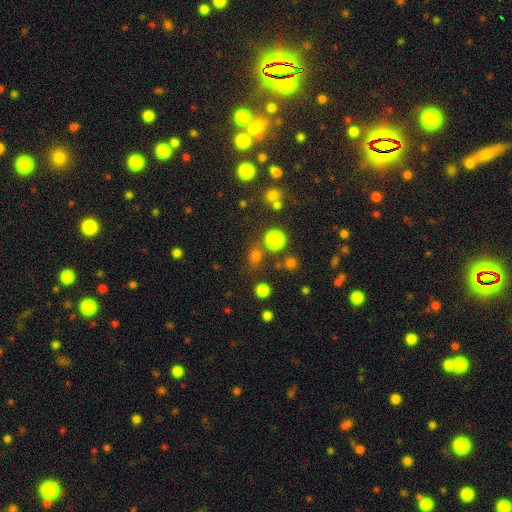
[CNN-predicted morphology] This appears to be a smooth galaxy with no disk features (70%) that is round (71%). Merging: none (76%).